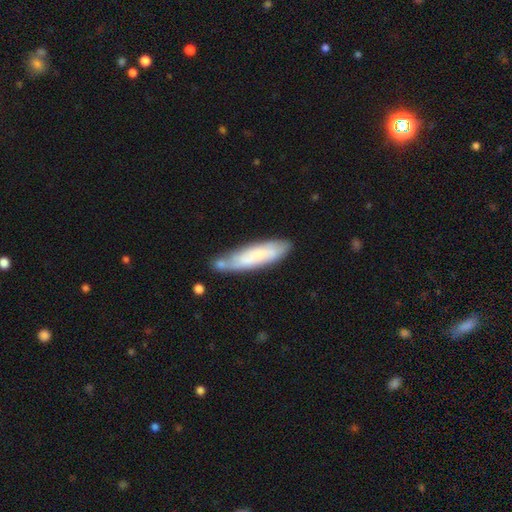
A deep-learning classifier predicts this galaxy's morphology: Q: Smooth or featured?
A: smooth (64%); runner-up: featured or disk (30%)
Q: How rounded?
A: cigar-shaped (71%); runner-up: in between (28%)
Q: Merging?
A: none (59%); runner-up: minor disturbance (21%)